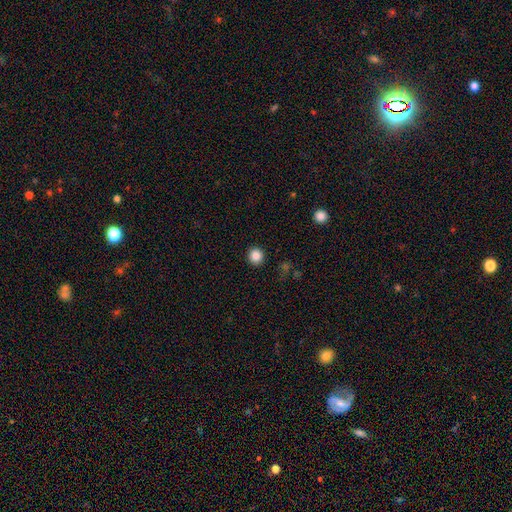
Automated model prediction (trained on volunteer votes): smooth 86%, star or artifact 11%, featured or disk 4%. Down the decision tree: how rounded — round (92%); merging — none (92%).